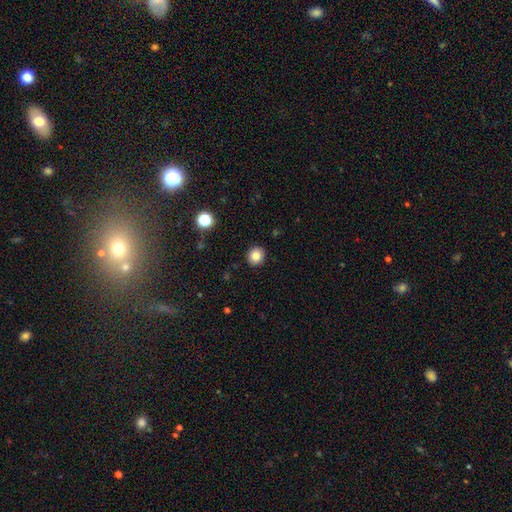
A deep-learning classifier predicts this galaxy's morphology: Smooth or featured: smooth — 83% (star or artifact — 11%)
How rounded: round — 88% (in between — 12%)
Merging: none — 92% (minor disturbance — 5%)